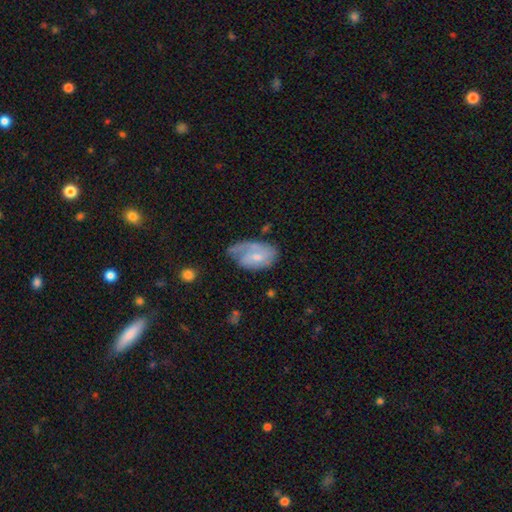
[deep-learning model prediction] Smooth or featured? featured or disk (61%)
Edge-on disk? no (95%)
Bar? no (53%)
Spiral arms? yes (82%)
Bulge size? small (56%)
Merging? none (39%)